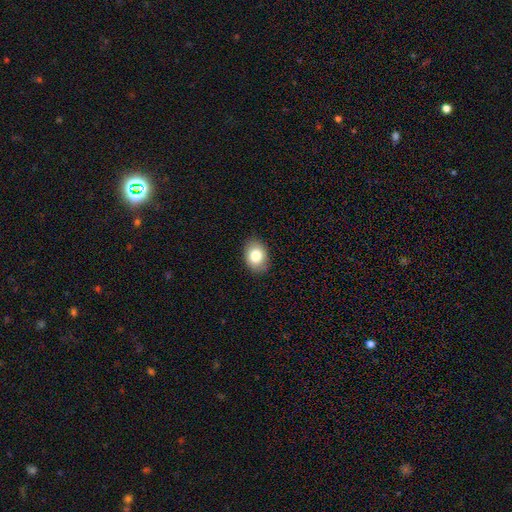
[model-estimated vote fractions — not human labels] smooth-or-featured: smooth: 83% | featured or disk: 9% | star or artifact: 8%
  how-rounded: in between: 78% | round: 21% | cigar-shaped: 1%
  merging: none: 86% | minor disturbance: 10% | major disturbance: 2% | merger: 1%